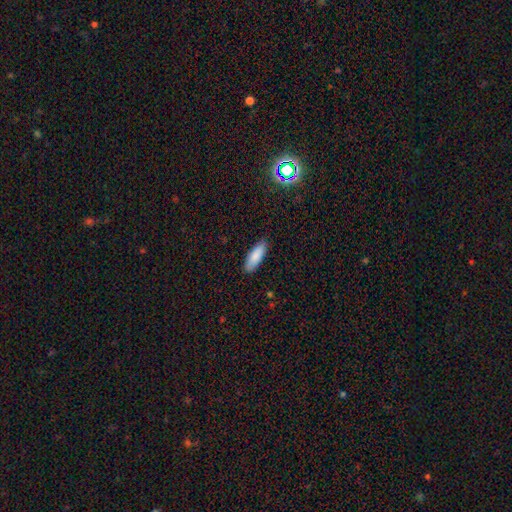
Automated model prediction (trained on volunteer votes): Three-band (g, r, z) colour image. It shows a smooth galaxy with no disk features (88%) that is in between round and cigar-shaped (63%). Merging: none (86%).